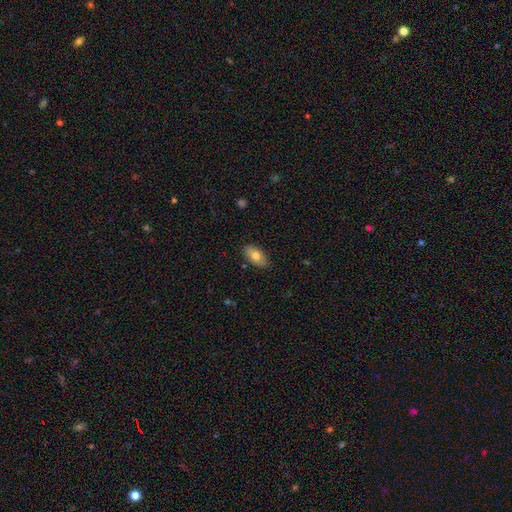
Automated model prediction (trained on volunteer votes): A smooth galaxy with no disk features (75%) that is in between round and cigar-shaped (93%).

Vote fractions:
- Smooth or featured? smooth: 75% / featured or disk: 19% / star or artifact: 7%
- How rounded? in between: 93% / round: 4% / cigar-shaped: 4%
- Merging? none: 86% / minor disturbance: 11% / major disturbance: 2% / merger: 1%